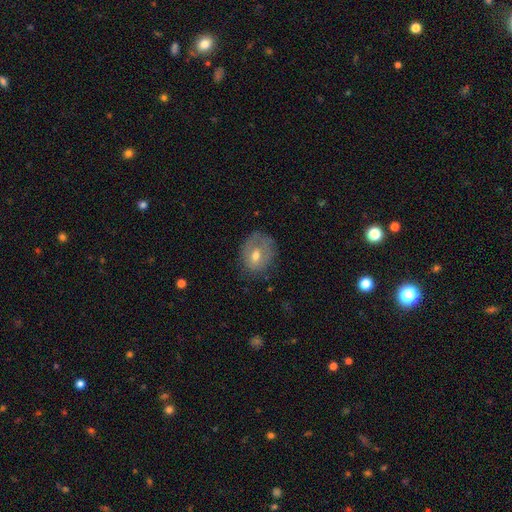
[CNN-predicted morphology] smooth_or_featured: smooth (p=0.56) [alt: featured or disk p=0.35]
how_rounded: round (p=0.53) [alt: in between p=0.46]
merging: none (p=0.61) [alt: minor disturbance p=0.26]